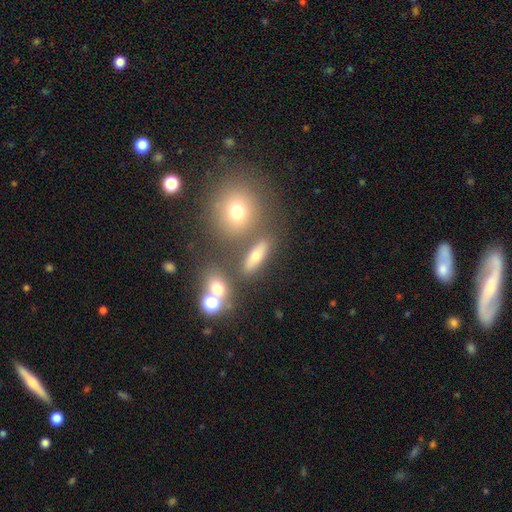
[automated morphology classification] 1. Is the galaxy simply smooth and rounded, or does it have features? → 59% smooth, 23% featured or disk, 18% star or artifact.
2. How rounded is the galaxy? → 42% in between, 30% cigar-shaped, 28% round.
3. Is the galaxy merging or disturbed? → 68% none, 16% merger, 11% minor disturbance, 5% major disturbance.